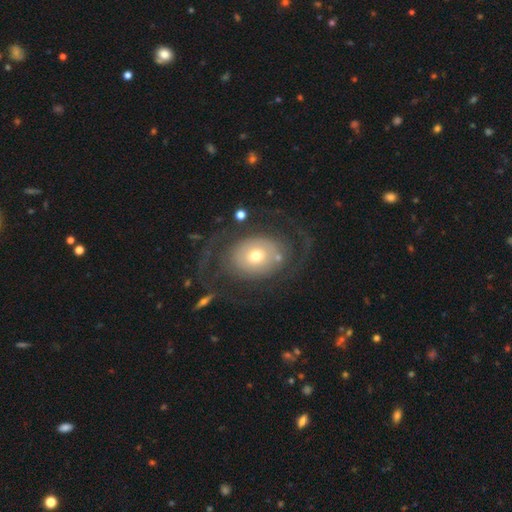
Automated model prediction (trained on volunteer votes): A featured or disk galaxy (64%) with no bar (83%), spiral arms (64%) and a moderate central bulge (52%). Merging: none (60%).